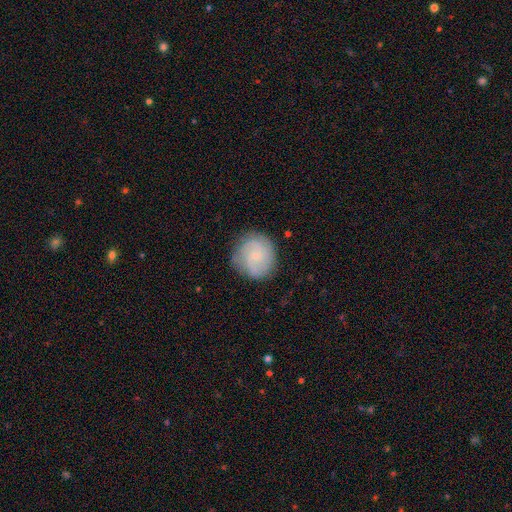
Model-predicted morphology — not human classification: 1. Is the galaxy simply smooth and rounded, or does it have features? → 57% featured or disk, 36% smooth, 7% star or artifact.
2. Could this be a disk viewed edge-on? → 98% no, 2% yes.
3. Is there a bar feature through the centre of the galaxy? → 71% no, 26% weak, 3% strong.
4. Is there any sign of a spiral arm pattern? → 91% yes, 9% no.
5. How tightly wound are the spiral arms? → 46% tight, 40% medium, 13% loose.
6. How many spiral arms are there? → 30% 2, 27% 3, 25% can't tell, 7% 4, 5% 1, 5% more than 4.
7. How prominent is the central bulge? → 76% small, 14% moderate, 8% none, 1% large, 1% dominant.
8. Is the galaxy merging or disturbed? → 80% none, 14% minor disturbance, 4% major disturbance, 1% merger.